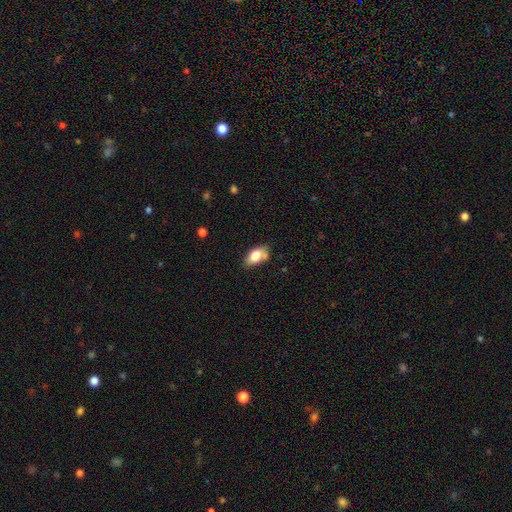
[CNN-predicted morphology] Q: Smooth or featured?
A: smooth (77%); runner-up: featured or disk (15%)
Q: How rounded?
A: in between (90%); runner-up: round (7%)
Q: Merging?
A: none (58%); runner-up: minor disturbance (27%)